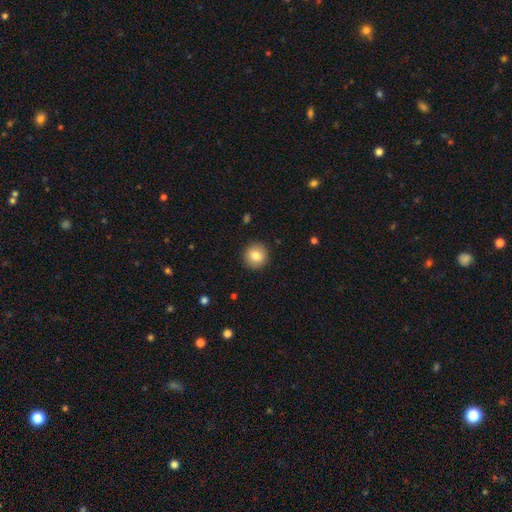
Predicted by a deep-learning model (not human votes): Smooth or featured? Predicted: smooth (p=0.83). How rounded? Predicted: round (p=0.92). Merging? Predicted: none (p=0.91).